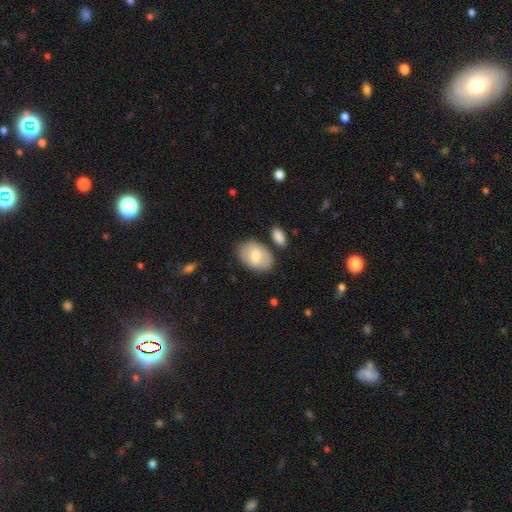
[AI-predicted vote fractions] smooth-or-featured: smooth: 68% | featured or disk: 26% | star or artifact: 6%
  how-rounded: in between: 88% | round: 10% | cigar-shaped: 1%
  merging: none: 73% | minor disturbance: 16% | merger: 7% | major disturbance: 4%